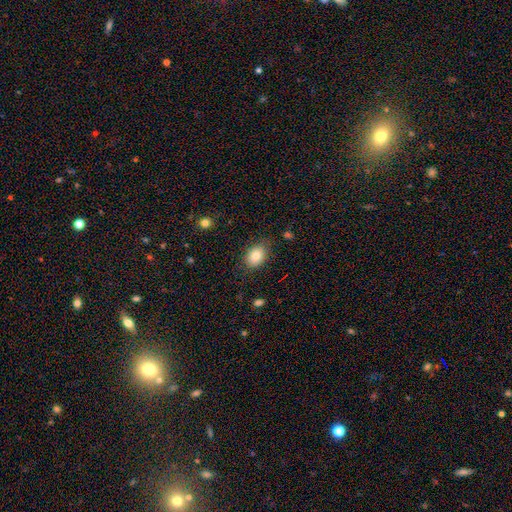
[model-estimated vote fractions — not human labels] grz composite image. It shows a smooth galaxy with no disk features (83%) that is in between round and cigar-shaped (76%). Merging: none (79%).